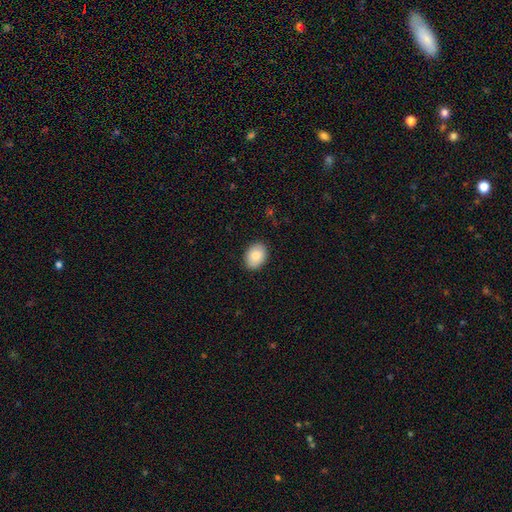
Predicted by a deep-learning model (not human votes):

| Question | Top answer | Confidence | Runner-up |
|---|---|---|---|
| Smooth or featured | smooth | 85% | featured or disk (8%) |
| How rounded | in between | 72% | round (27%) |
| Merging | none | 89% | minor disturbance (8%) |